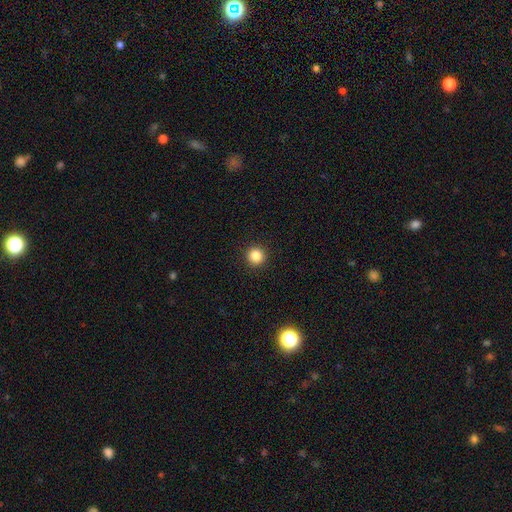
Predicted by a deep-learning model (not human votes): Q: Smooth or featured?
A: smooth (85%); runner-up: star or artifact (11%)
Q: How rounded?
A: round (95%); runner-up: in between (4%)
Q: Merging?
A: none (93%); runner-up: minor disturbance (4%)